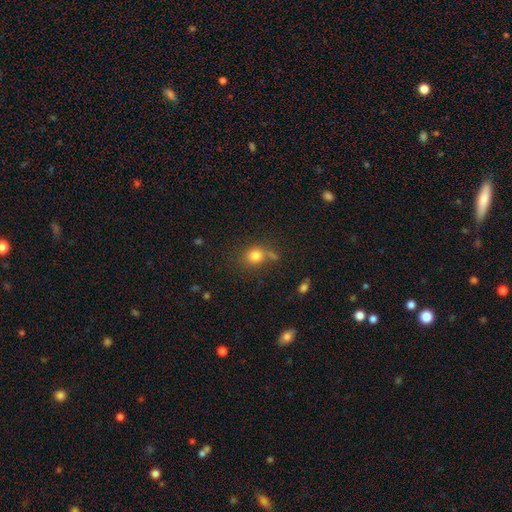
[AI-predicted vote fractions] Morphology: type=smooth (80%); roundness=round (70%); merging=none (61%).